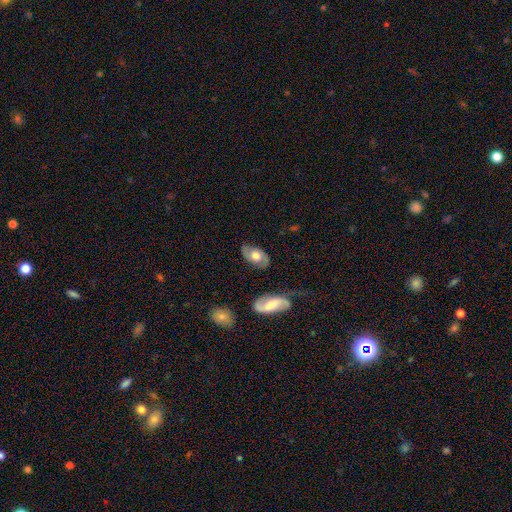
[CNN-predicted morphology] type=featured or disk (49%); merging=none (74%).